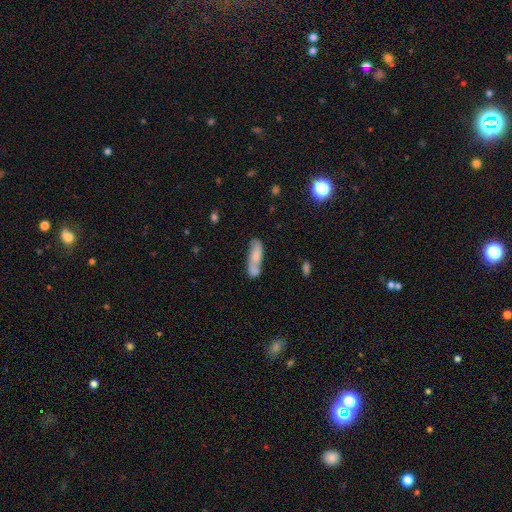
A smooth galaxy with no disk features (69%) that is cigar-shaped (56%). Merging: none (53%).